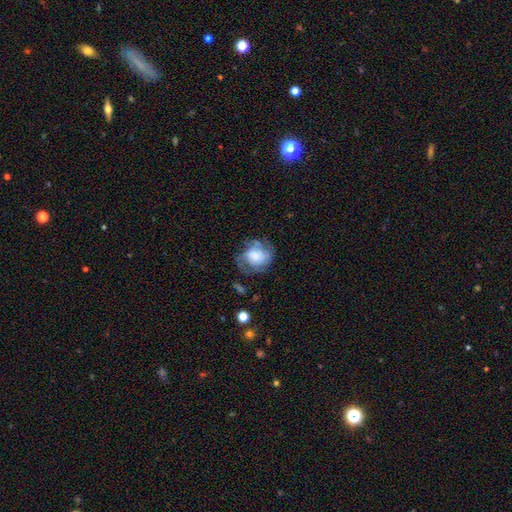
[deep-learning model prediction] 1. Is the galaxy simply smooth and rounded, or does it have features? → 47% smooth, 44% featured or disk, 9% star or artifact.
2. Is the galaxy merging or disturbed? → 47% none, 28% minor disturbance, 21% major disturbance, 4% merger.